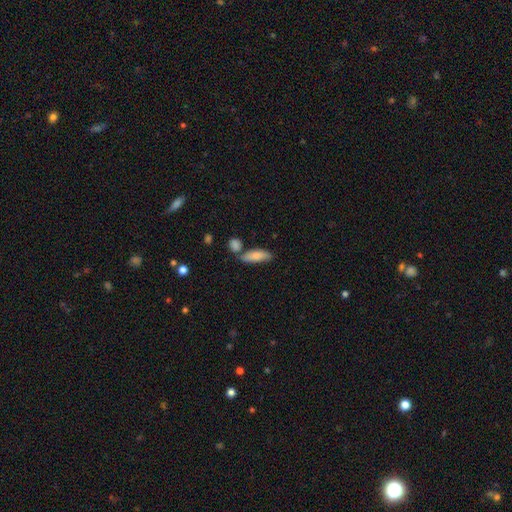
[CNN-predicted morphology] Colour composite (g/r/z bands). It shows a smooth galaxy with no disk features (79%) that is in between round and cigar-shaped (62%). Merging: none (62%).